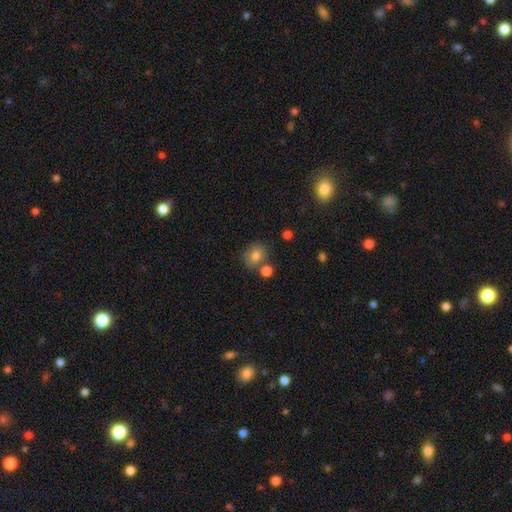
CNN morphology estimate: Smooth or featured? Predicted: smooth (p=0.78). How rounded? Predicted: round (p=0.60). Merging? Predicted: none (p=0.69).